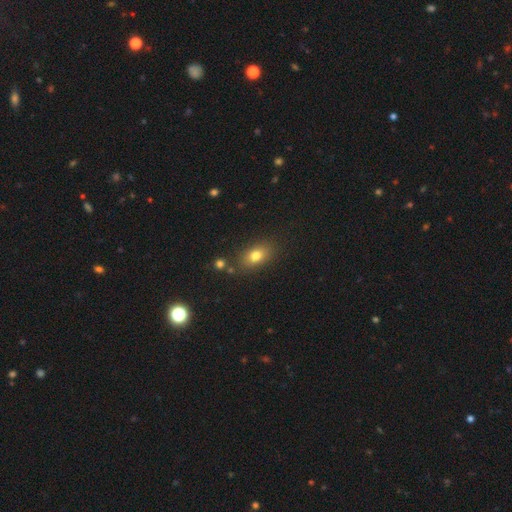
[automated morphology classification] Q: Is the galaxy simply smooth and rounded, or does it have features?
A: smooth — 78%.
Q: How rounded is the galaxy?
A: in between — 78%.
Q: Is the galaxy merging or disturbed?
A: none — 79%.